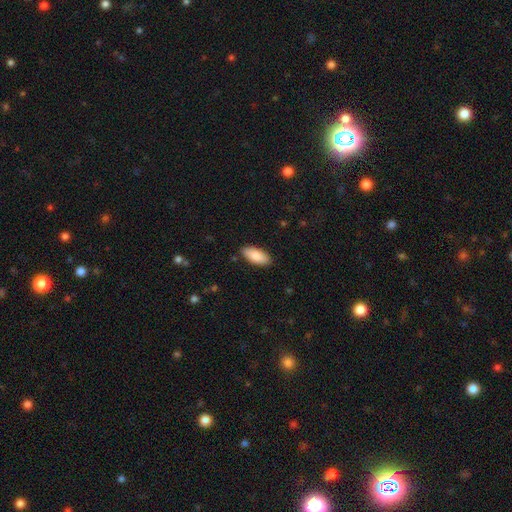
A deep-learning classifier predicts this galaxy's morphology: Smooth or featured? Predicted: smooth (p=0.87). How rounded? Predicted: in between (p=0.88). Merging? Predicted: none (p=0.88).